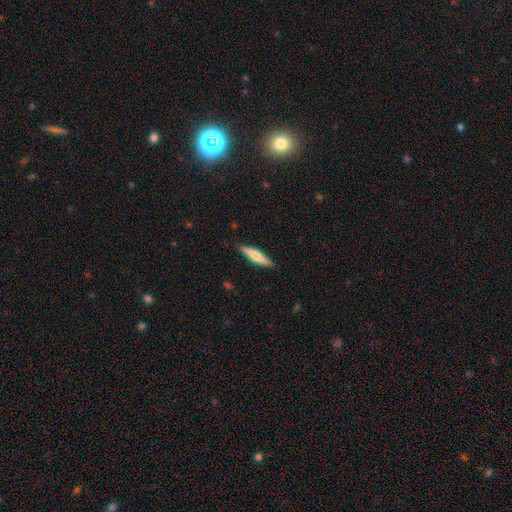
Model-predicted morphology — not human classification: smooth_or_featured: smooth (p=0.60) [alt: featured or disk p=0.34]
how_rounded: cigar-shaped (p=0.81) [alt: in between p=0.18]
merging: none (p=0.87) [alt: minor disturbance p=0.10]